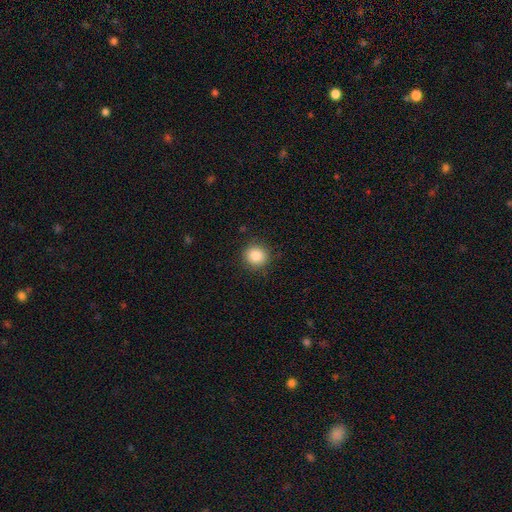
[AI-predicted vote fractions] This is clearly a smooth galaxy (84%). How rounded: clearly round (91%). Merging: clearly none (89%).